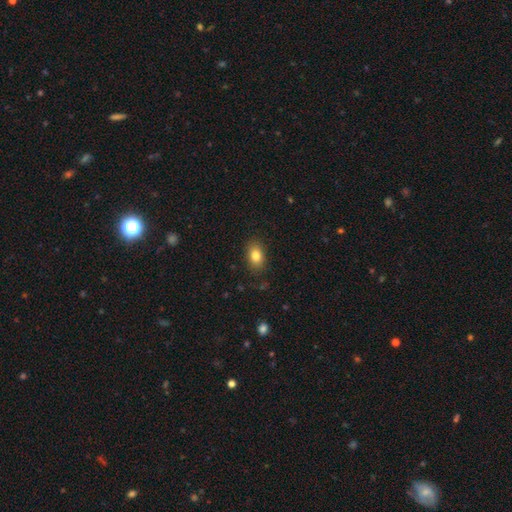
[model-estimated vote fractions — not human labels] The model was most divided on "how rounded": in between: 83%, round: 16%, cigar-shaped: 2%. More confident: merging — none (85%); smooth or featured — smooth (83%).